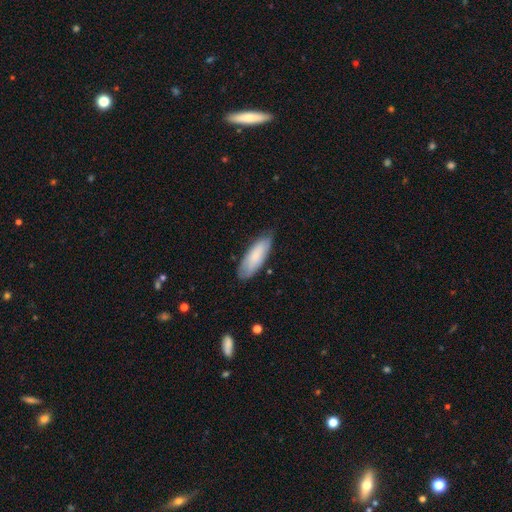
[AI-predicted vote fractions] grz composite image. It shows a smooth galaxy with no disk features (78%) that is in between round and cigar-shaped (66%). Merging: none (75%).